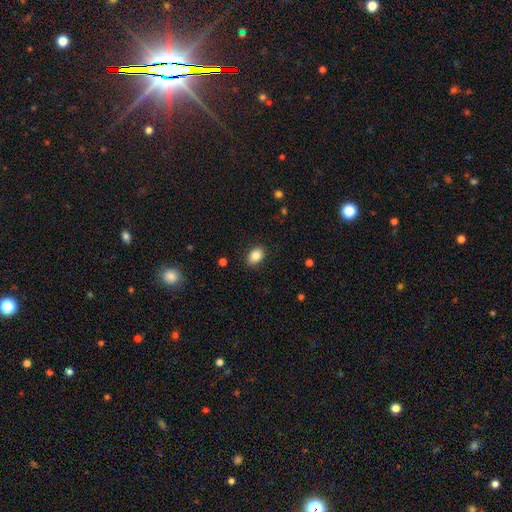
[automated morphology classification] This appears to be a smooth galaxy with no disk features (85%) that is in between round and cigar-shaped (80%). Merging: none (88%).